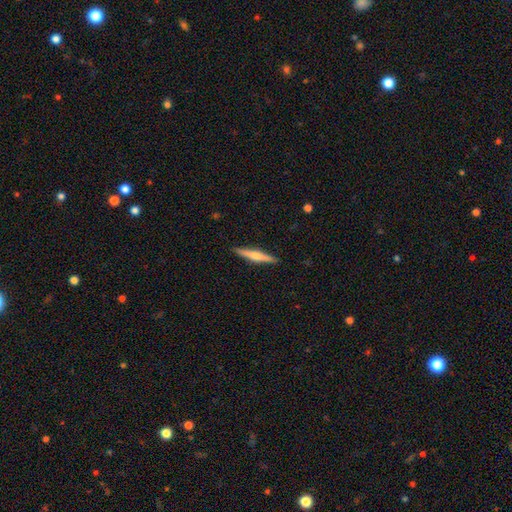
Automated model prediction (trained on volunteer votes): featured or disk 55%, smooth 40%, star or artifact 5%. Down the decision tree: edge-on disk — yes (97%); edge-on bulge — rounded (82%); merging — none (91%).